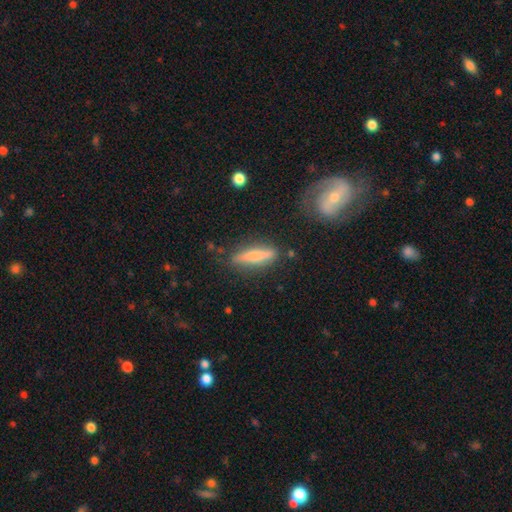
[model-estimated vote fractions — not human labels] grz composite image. It shows a smooth galaxy with no disk features (63%) that is cigar-shaped (82%). Merging: none (80%).